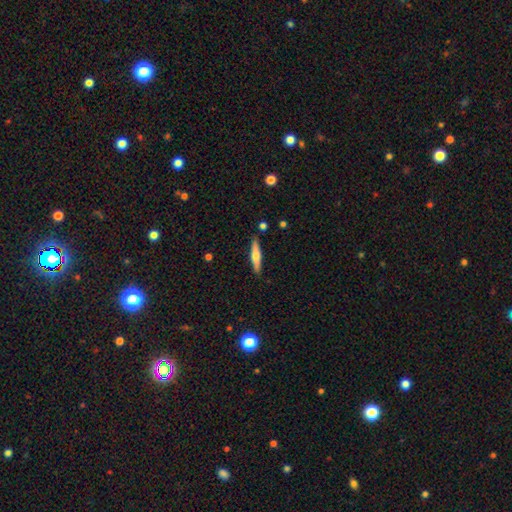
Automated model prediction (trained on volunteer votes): Smooth or featured? smooth (53%)
How rounded? cigar-shaped (88%)
Merging? none (88%)